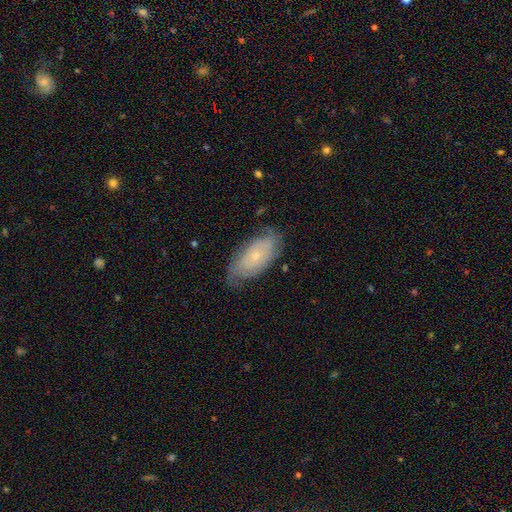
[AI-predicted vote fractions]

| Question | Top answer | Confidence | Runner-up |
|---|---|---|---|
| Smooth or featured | featured or disk | 56% | smooth (37%) |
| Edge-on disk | no | 90% | yes (10%) |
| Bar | no | 83% | weak (14%) |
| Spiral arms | yes | 78% | no (22%) |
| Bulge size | small | 79% | moderate (17%) |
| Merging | none | 68% | minor disturbance (24%) |